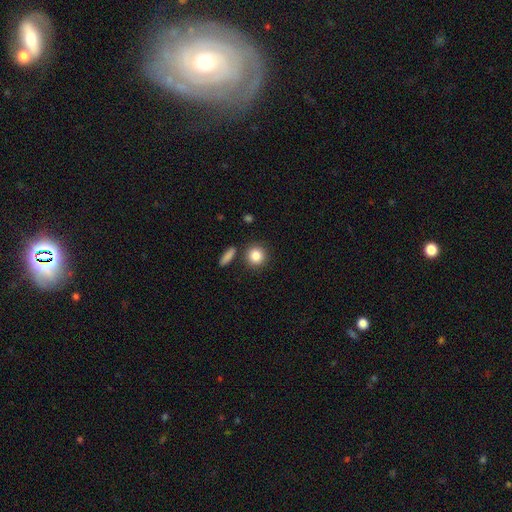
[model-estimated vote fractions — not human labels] A smooth galaxy with no disk features (85%) that is round (88%).

Vote fractions:
- Smooth or featured? smooth: 85% / star or artifact: 9% / featured or disk: 6%
- How rounded? round: 88% / in between: 11% / cigar-shaped: 2%
- Merging? none: 83% / minor disturbance: 8% / merger: 7% / major disturbance: 3%